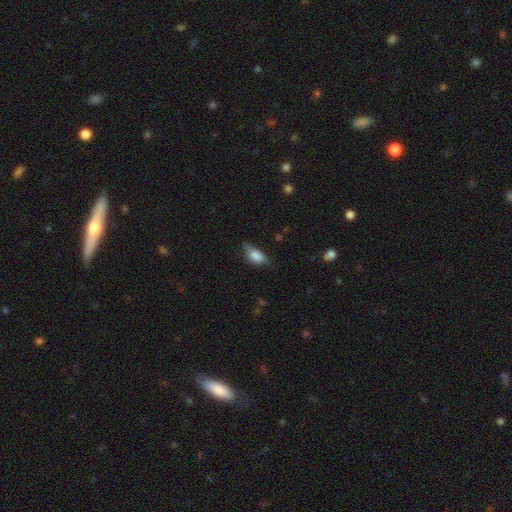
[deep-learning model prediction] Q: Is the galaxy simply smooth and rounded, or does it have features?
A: smooth — 75%.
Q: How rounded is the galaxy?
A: in between — 84%.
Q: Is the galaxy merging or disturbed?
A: none — 47%.